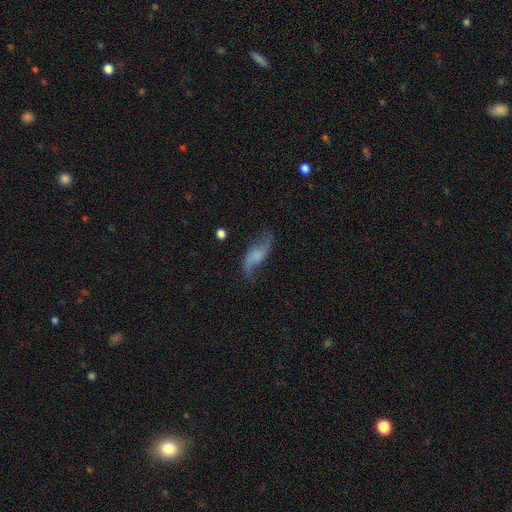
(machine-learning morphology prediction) A featured or disk galaxy (71%) with no bar (57%), 2 (91%) loose (88%) spiral arms (93%) and no central bulge (50%). Merging: none (67%).